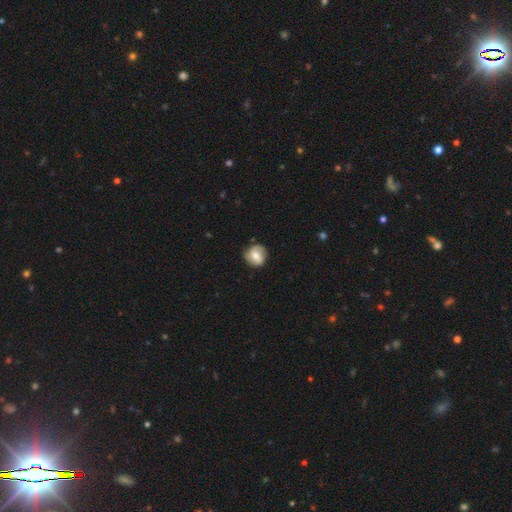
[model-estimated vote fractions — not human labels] Smooth or featured: smooth — 53% (featured or disk — 39%)
How rounded: round — 88% (in between — 10%)
Merging: none — 80% (minor disturbance — 15%)